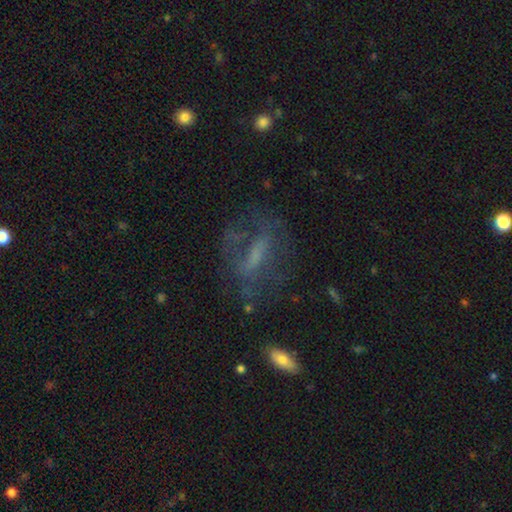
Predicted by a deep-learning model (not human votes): A featured or disk galaxy (52%). Merging: none (54%).